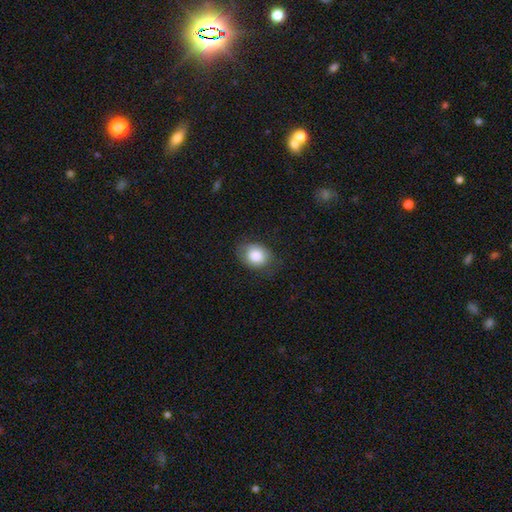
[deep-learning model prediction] Q: Smooth or featured?
A: smooth (80%); runner-up: featured or disk (12%)
Q: How rounded?
A: in between (56%); runner-up: round (43%)
Q: Merging?
A: none (71%); runner-up: minor disturbance (21%)